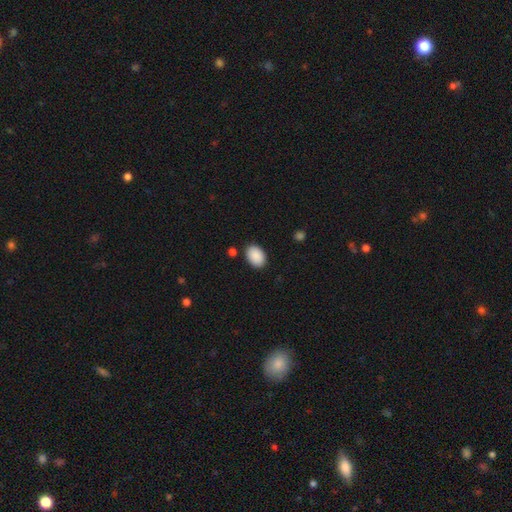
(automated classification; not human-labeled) Morphology: type=smooth (90%); roundness=in between (84%); merging=none (87%).